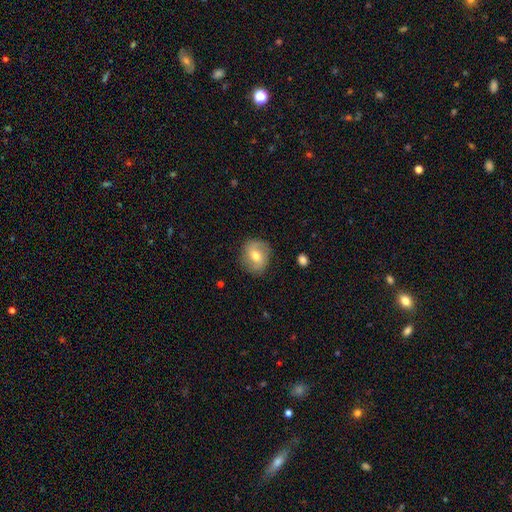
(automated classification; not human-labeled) The model was most divided on "smooth or featured": smooth: 49%, featured or disk: 43%, star or artifact: 8%. More confident: merging — none (81%).